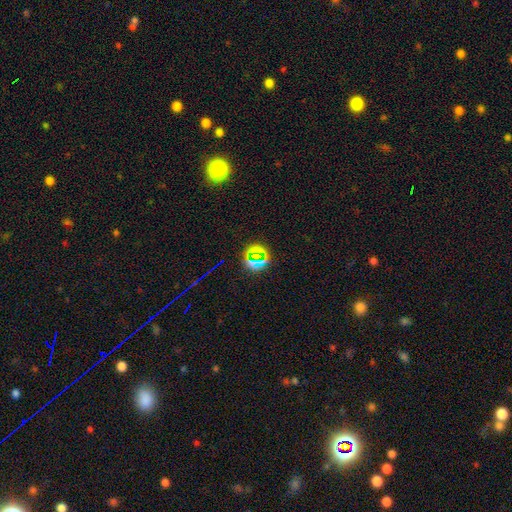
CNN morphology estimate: smooth_or_featured: star or artifact (p=0.64) [alt: smooth p=0.25]